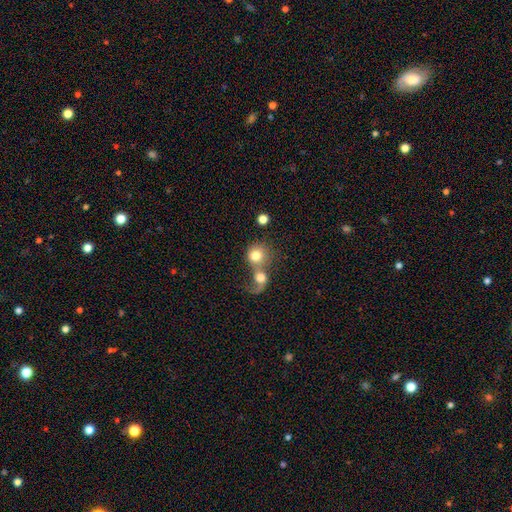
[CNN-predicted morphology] smooth 74%, featured or disk 17%, star or artifact 9%. Down the decision tree: how rounded — round (83%); merging — merger (64%).